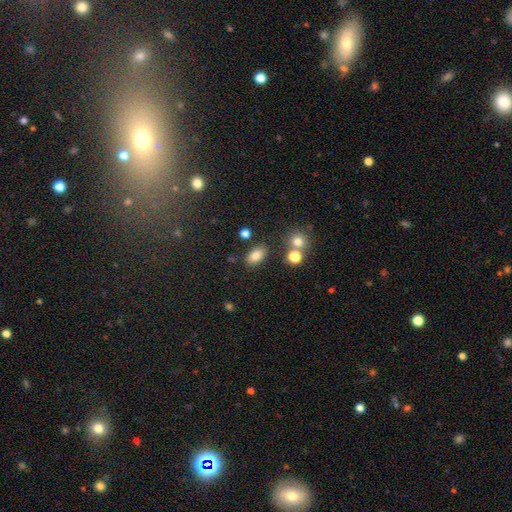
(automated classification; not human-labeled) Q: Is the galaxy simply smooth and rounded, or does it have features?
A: smooth — 81%.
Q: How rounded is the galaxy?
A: in between — 88%.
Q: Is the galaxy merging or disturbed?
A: none — 78%.